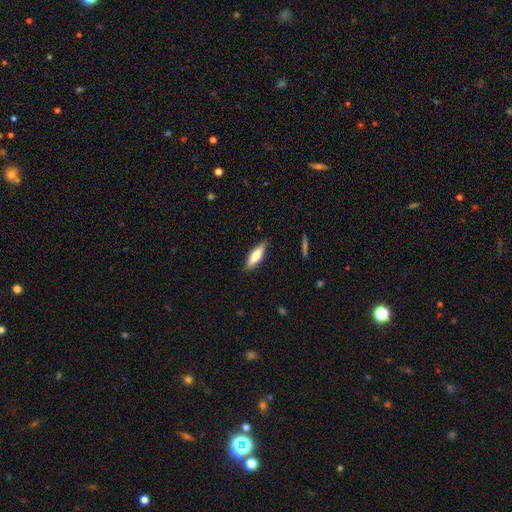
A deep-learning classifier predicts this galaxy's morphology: Smooth or featured?
  - smooth: 66% *
  - featured or disk: 28%
  - star or artifact: 6%
How rounded?
  - cigar-shaped: 53% *
  - in between: 45%
  - round: 2%
Merging?
  - none: 87% *
  - minor disturbance: 10%
  - major disturbance: 2%
  - merger: 1%